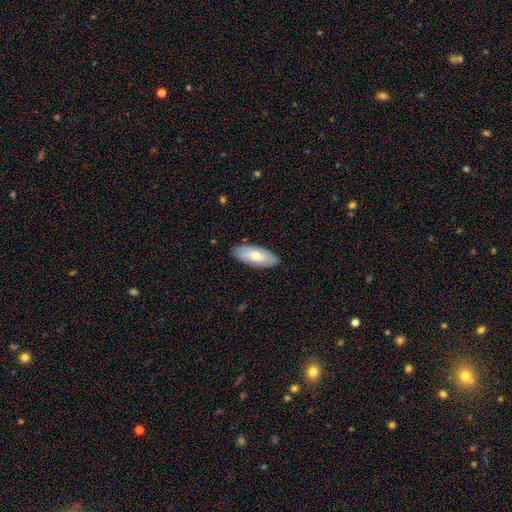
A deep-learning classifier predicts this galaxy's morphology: Smooth or featured: smooth — 61% (featured or disk — 34%)
How rounded: in between — 83% (cigar-shaped — 15%)
Merging: none — 87% (minor disturbance — 10%)